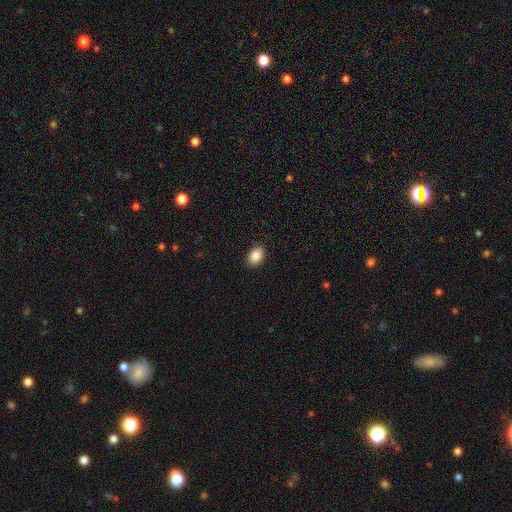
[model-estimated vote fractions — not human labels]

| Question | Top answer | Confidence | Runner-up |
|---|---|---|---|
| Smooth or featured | smooth | 89% | star or artifact (7%) |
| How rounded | in between | 85% | round (14%) |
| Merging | none | 89% | minor disturbance (8%) |